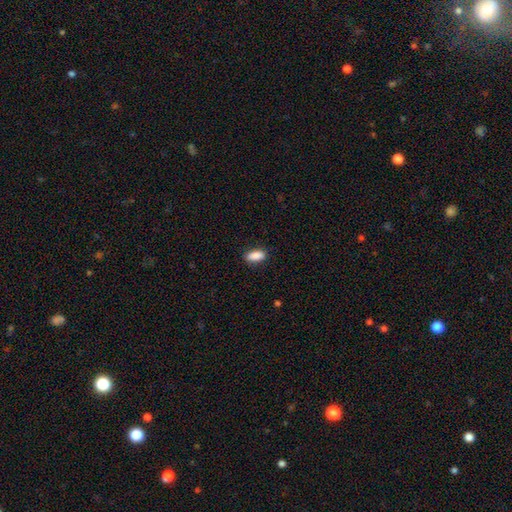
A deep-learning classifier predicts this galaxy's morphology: Overall: smooth (89%). How rounded: in between (86%). Merging: none (86%).